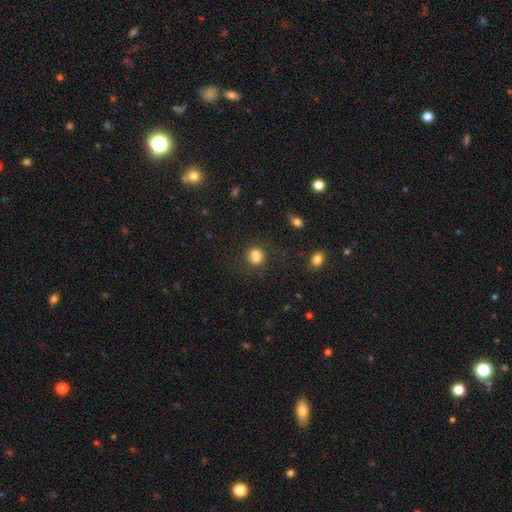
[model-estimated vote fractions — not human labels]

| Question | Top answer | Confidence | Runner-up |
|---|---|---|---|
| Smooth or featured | smooth | 80% | star or artifact (13%) |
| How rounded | round | 69% | in between (30%) |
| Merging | none | 61% | minor disturbance (17%) |